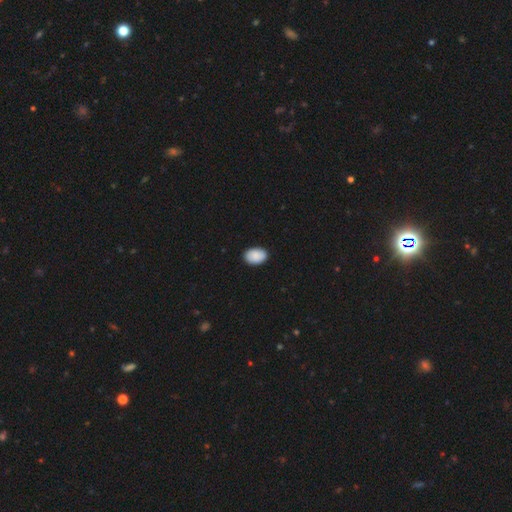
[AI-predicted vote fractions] Morphology: type=smooth (89%); roundness=in between (84%); merging=none (88%).